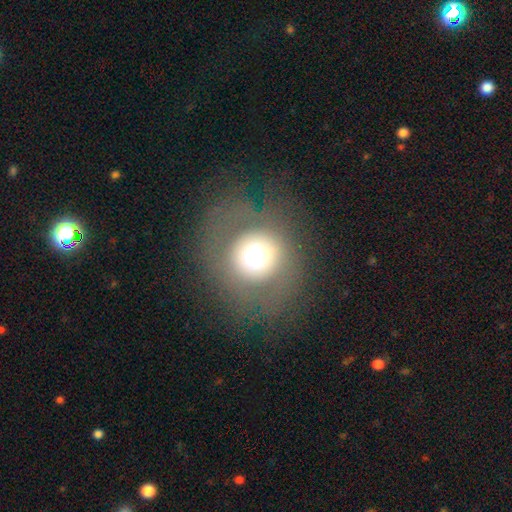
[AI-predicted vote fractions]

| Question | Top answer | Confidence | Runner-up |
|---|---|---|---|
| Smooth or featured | smooth | 60% | featured or disk (21%) |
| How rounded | round | 92% | in between (7%) |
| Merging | none | 75% | major disturbance (13%) |